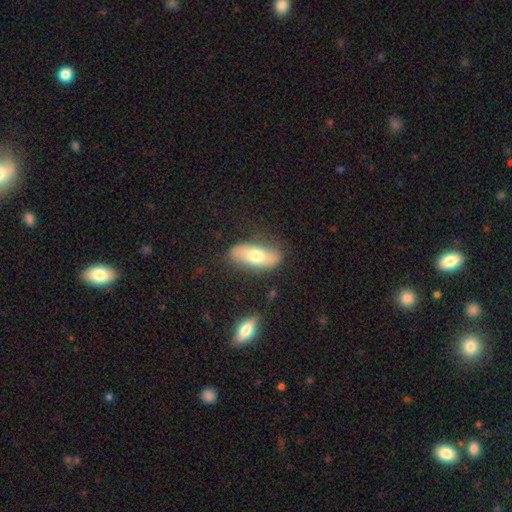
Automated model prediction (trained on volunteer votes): Q: Smooth or featured?
A: smooth (65%); runner-up: featured or disk (29%)
Q: How rounded?
A: in between (76%); runner-up: cigar-shaped (20%)
Q: Merging?
A: none (73%); runner-up: minor disturbance (18%)